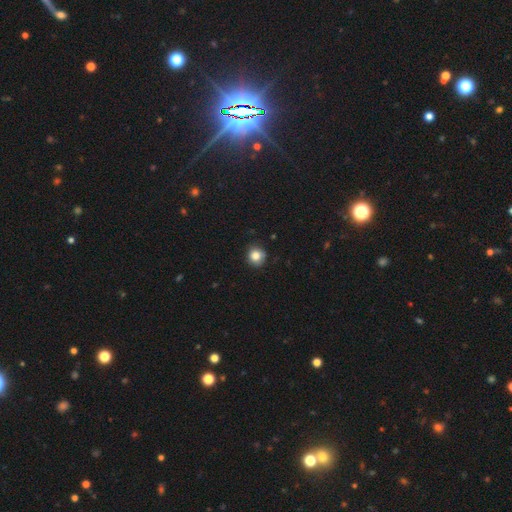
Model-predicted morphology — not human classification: smooth-or-featured: smooth: 82% | star or artifact: 10% | featured or disk: 7%
  how-rounded: round: 90% | in between: 9% | cigar-shaped: 1%
  merging: none: 83% | minor disturbance: 13% | major disturbance: 3% | merger: 1%